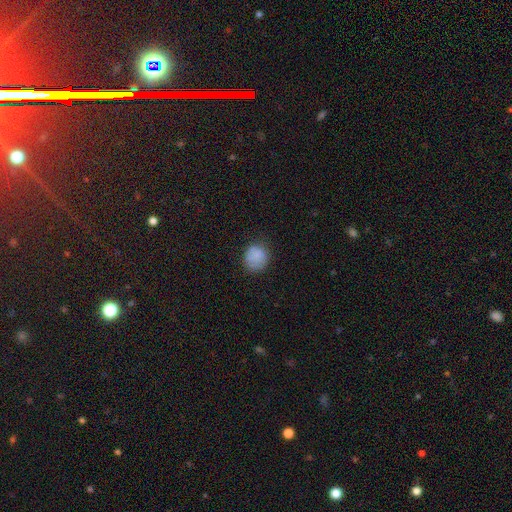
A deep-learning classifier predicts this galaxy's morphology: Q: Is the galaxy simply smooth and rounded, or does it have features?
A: smooth — 83%.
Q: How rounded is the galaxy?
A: round — 84%.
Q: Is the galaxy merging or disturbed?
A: none — 75%.